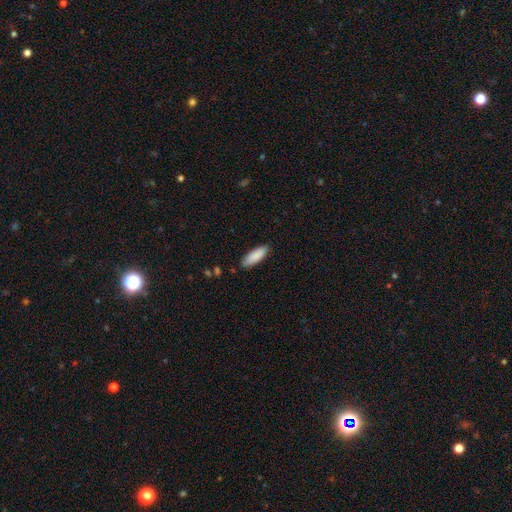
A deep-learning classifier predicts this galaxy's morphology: smooth 88%, featured or disk 6%, star or artifact 6%. Down the decision tree: how rounded — in between (64%); merging — none (85%).